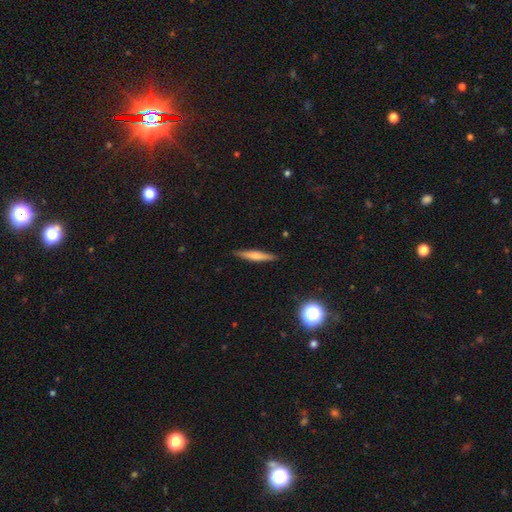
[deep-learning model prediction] Overall: smooth (54%; featured or disk 39%). How rounded: cigar-shaped (90%). Merging: none (89%).